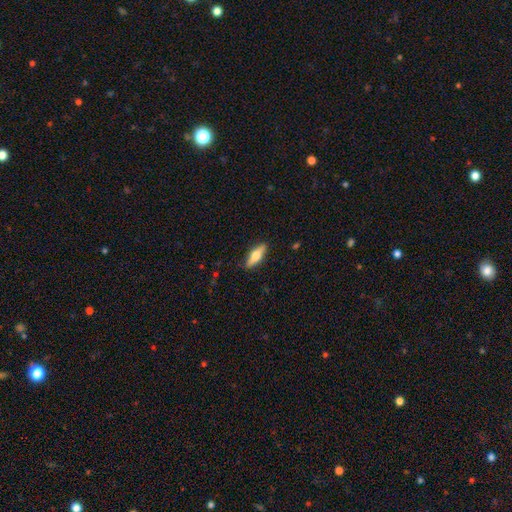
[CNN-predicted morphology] Smooth or featured? smooth (52%)
How rounded? in between (51%)
Merging? none (87%)